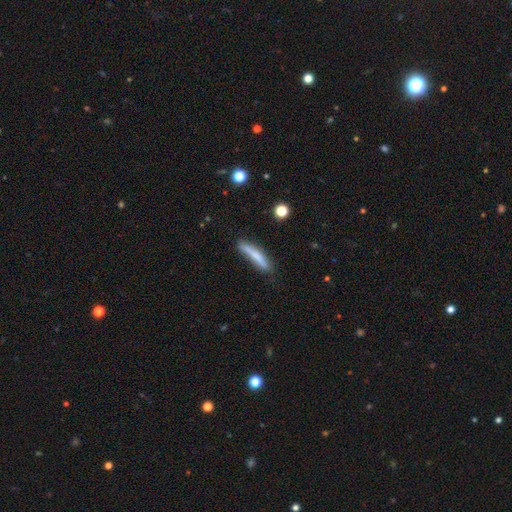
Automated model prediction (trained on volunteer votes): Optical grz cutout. It shows a smooth galaxy with no disk features (71%) that is cigar-shaped (91%). Merging: none (73%).